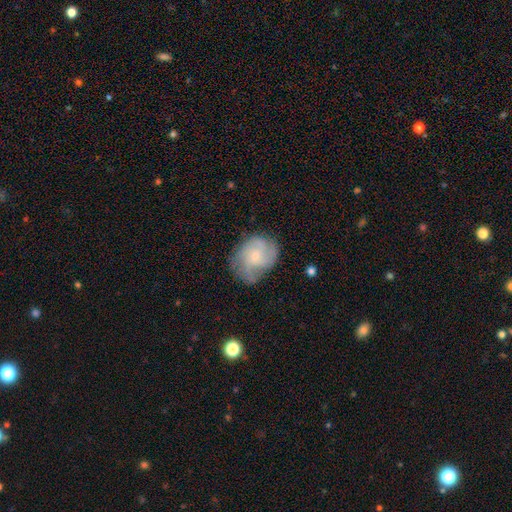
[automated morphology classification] smooth-or-featured: featured or disk: 58% | smooth: 34% | star or artifact: 8%
  disk-edge-on: no: 98% | yes: 2%
    bar: no: 73% | weak: 24% | strong: 3%
    has-spiral-arms: yes: 83% | no: 17%
    bulge-size: small: 64% | moderate: 29% | none: 5% | large: 2% | dominant: 1%
  merging: none: 57% | minor disturbance: 28% | major disturbance: 13% | merger: 2%